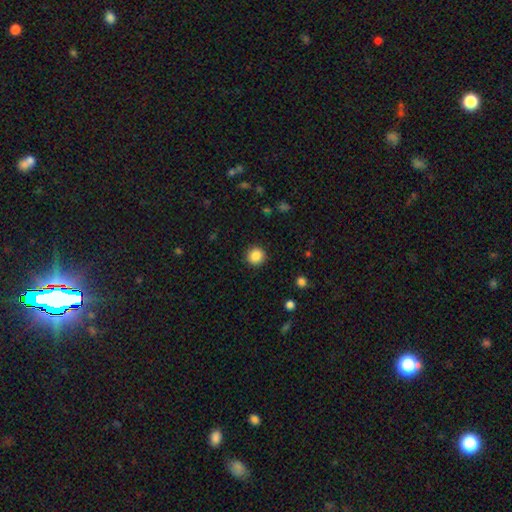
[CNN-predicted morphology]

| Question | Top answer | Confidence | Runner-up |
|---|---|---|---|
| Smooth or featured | smooth | 86% | star or artifact (10%) |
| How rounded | round | 94% | in between (5%) |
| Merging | none | 92% | minor disturbance (5%) |